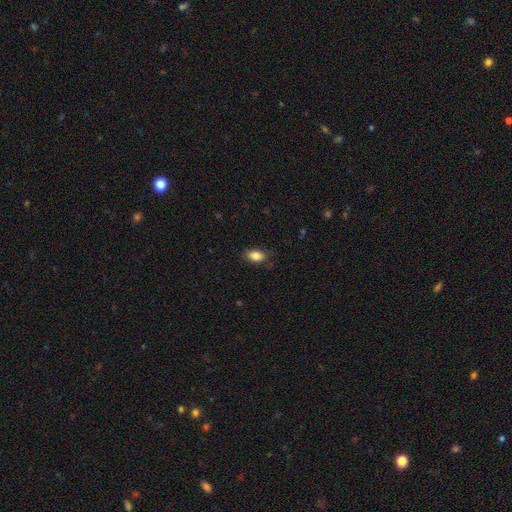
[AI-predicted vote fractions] Q: Smooth or featured?
A: smooth (85%); runner-up: star or artifact (8%)
Q: How rounded?
A: in between (88%); runner-up: round (9%)
Q: Merging?
A: none (76%); runner-up: minor disturbance (19%)